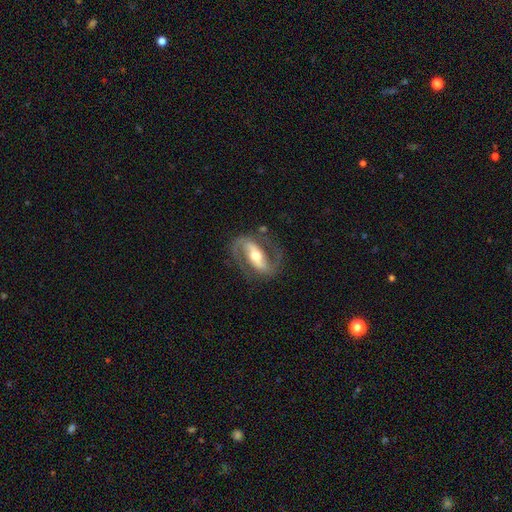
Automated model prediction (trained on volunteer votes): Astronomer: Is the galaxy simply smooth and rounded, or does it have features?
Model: featured or disk — 88%.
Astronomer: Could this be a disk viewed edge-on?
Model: no — 95%.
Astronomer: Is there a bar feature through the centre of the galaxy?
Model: strong — 57%.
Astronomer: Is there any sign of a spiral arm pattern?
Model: yes — 94%.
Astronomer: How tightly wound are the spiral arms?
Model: medium — 54%.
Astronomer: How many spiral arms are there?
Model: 2 — 92%.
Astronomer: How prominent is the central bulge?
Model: moderate — 67%.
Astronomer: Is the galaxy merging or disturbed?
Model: none — 77%.